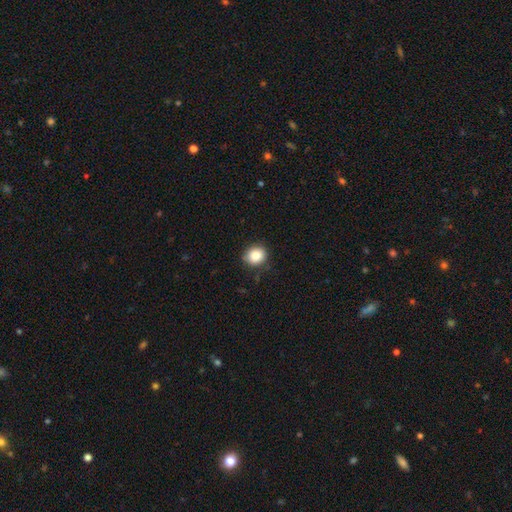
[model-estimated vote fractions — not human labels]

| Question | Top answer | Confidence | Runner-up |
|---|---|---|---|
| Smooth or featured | smooth | 86% | star or artifact (9%) |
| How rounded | round | 73% | in between (26%) |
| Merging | none | 82% | minor disturbance (14%) |